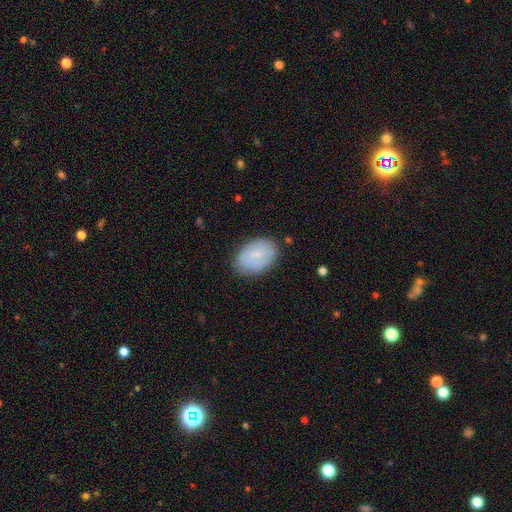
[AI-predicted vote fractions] Overall: smooth (57%; featured or disk 36%). How rounded: in between (85%). Merging: none (80%).